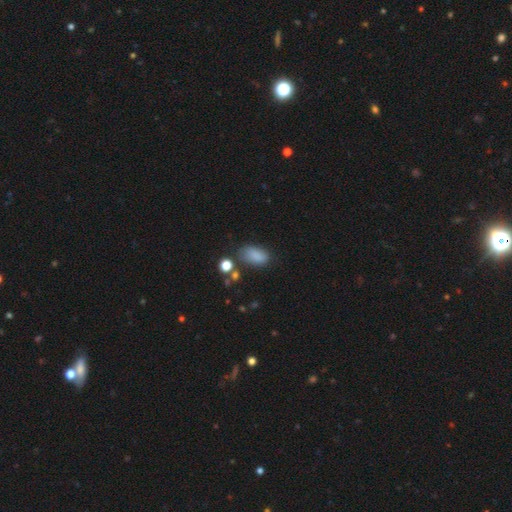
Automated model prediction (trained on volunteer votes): This appears to be a smooth galaxy with no disk features (83%) that is in between round and cigar-shaped (89%). Merging: none (62%).